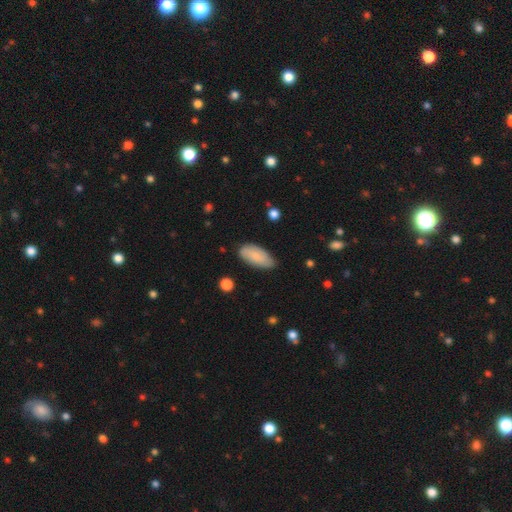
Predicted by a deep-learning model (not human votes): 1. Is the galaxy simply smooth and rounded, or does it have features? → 82% smooth, 12% featured or disk, 6% star or artifact.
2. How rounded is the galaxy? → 89% in between, 9% cigar-shaped, 2% round.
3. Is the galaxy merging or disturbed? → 75% none, 20% minor disturbance, 3% major disturbance, 2% merger.